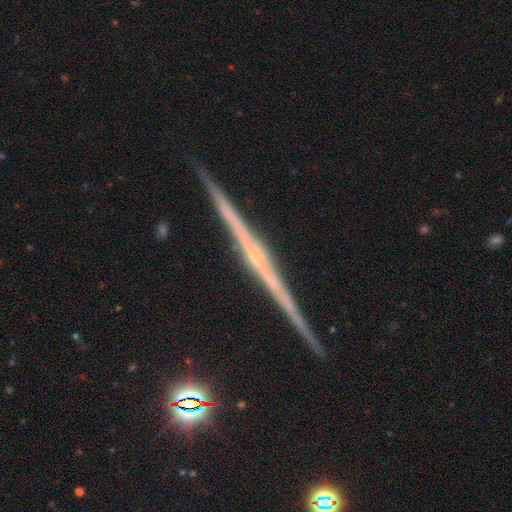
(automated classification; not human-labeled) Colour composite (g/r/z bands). It shows a featured or disk galaxy (86%) viewed edge-on (99%) with a rounded central bulge (48%). Merging: none (92%).